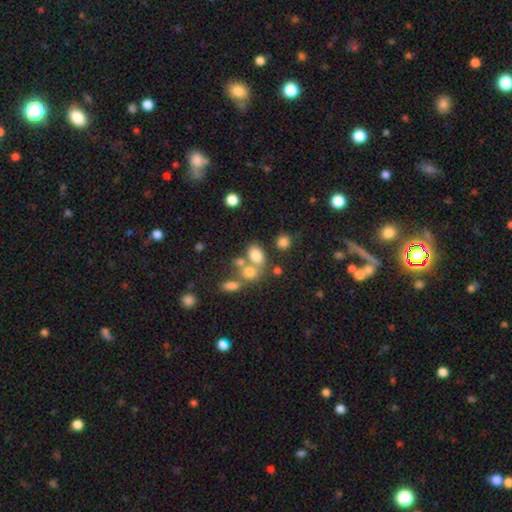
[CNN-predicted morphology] Smooth or featured? Predicted: smooth (p=0.72). How rounded? Predicted: in between (p=0.65). Merging? Predicted: none (p=0.42).